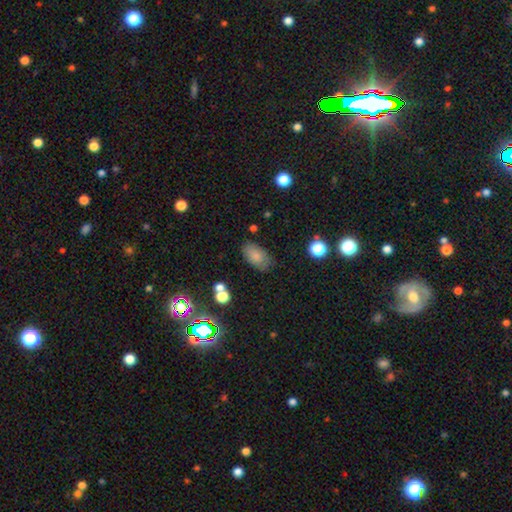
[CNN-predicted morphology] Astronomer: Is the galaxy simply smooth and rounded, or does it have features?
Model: smooth — 81%.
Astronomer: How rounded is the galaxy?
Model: in between — 93%.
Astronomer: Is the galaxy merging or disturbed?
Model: none — 77%.